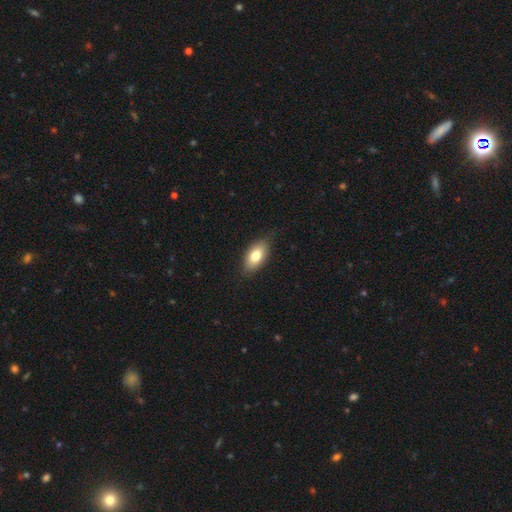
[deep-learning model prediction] A smooth galaxy with no disk features (79%) that is in between round and cigar-shaped (91%).

Vote fractions:
- Smooth or featured? smooth: 79% / featured or disk: 14% / star or artifact: 7%
- How rounded? in between: 91% / round: 5% / cigar-shaped: 4%
- Merging? none: 83% / minor disturbance: 14% / major disturbance: 2% / merger: 1%